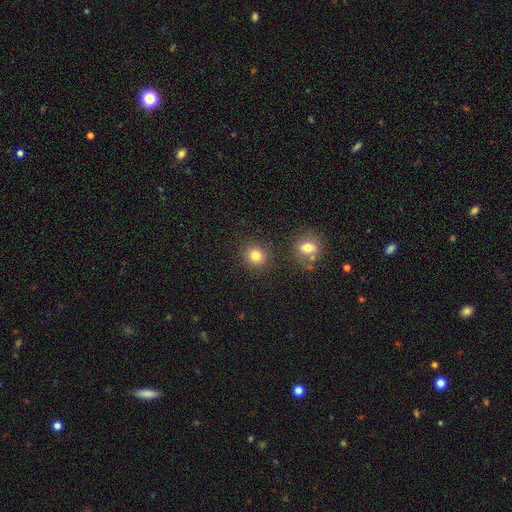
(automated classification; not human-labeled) The model was most divided on "smooth or featured": smooth: 82%, star or artifact: 12%, featured or disk: 6%. More confident: how rounded — round (84%); merging — none (84%).